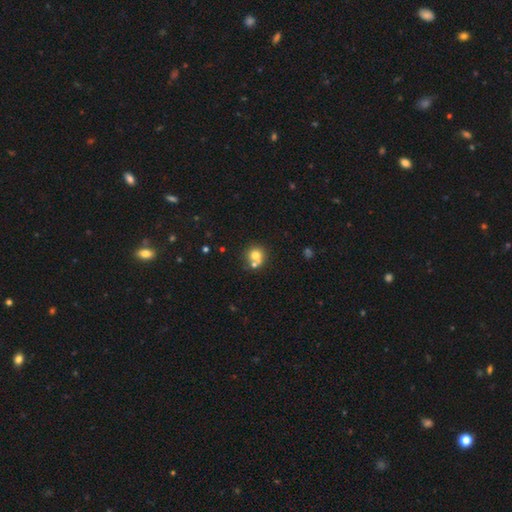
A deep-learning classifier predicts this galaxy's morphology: This appears to be a smooth galaxy with no disk features (73%) that is round (88%). Merging: none (52%).